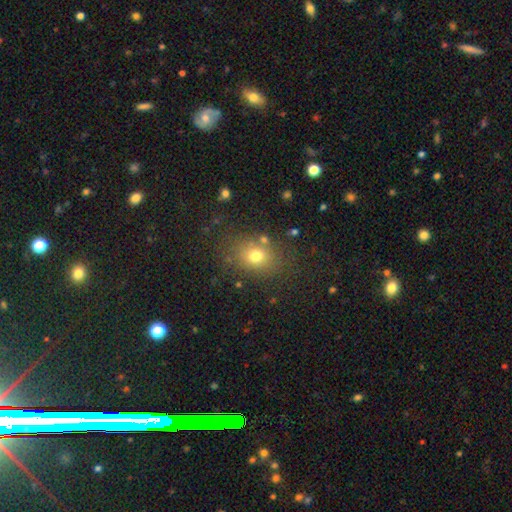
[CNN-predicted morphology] Smooth or featured?
  - smooth: 72% *
  - star or artifact: 16%
  - featured or disk: 12%
How rounded?
  - round: 50% *
  - in between: 49%
  - cigar-shaped: 1%
Merging?
  - none: 78% *
  - minor disturbance: 12%
  - major disturbance: 6%
  - merger: 4%